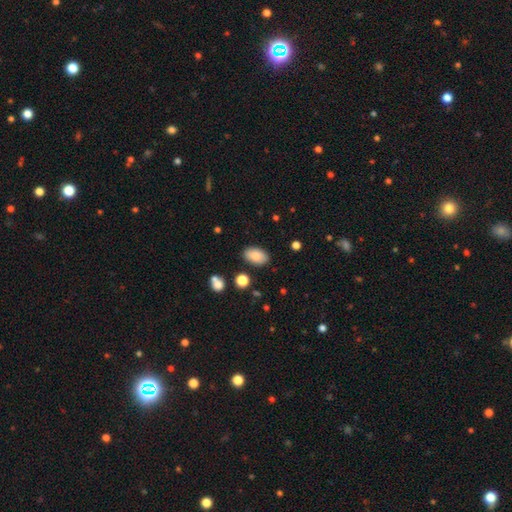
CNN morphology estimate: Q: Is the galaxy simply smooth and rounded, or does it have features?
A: smooth — 85%.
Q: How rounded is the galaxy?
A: in between — 93%.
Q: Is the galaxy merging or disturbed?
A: none — 86%.